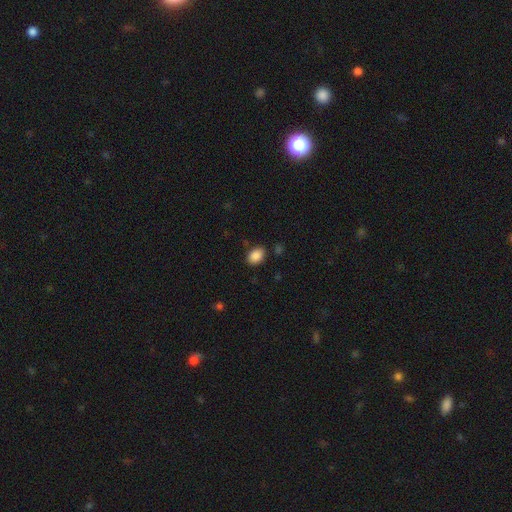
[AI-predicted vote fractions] Overall: smooth (88%). How rounded: in between (76%). Merging: none (84%).